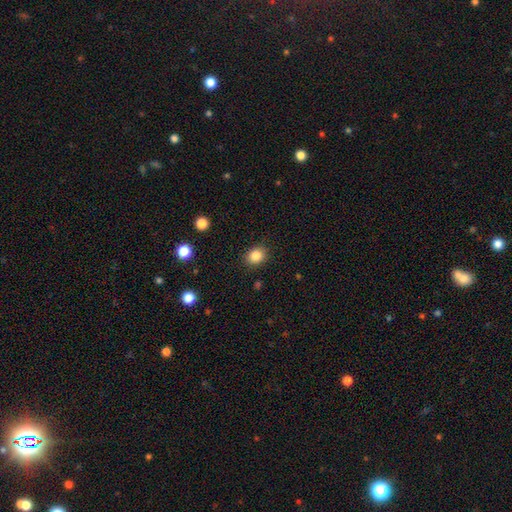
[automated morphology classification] Smooth or featured: smooth — 86% (star or artifact — 10%)
How rounded: round — 62% (in between — 37%)
Merging: none — 87% (minor disturbance — 9%)